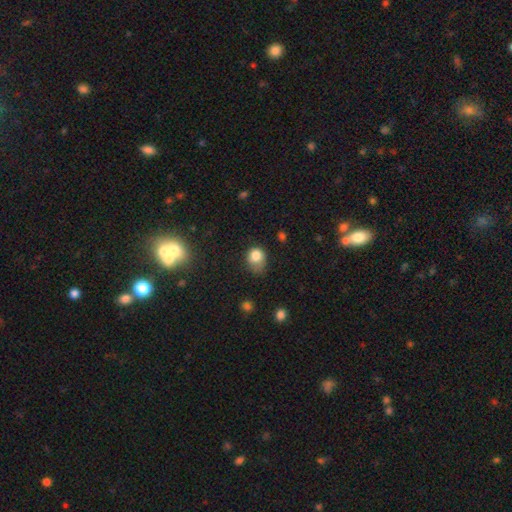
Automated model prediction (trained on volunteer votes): smooth_or_featured: smooth (p=0.81) [alt: star or artifact p=0.11]
how_rounded: round (p=0.60) [alt: in between p=0.39]
merging: minor disturbance (p=0.39) [tied with: none p=0.39]